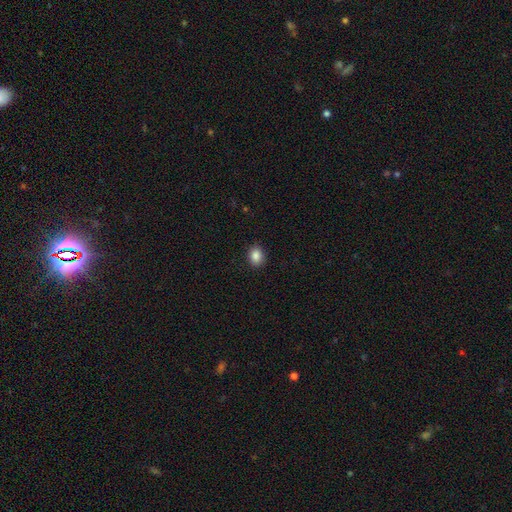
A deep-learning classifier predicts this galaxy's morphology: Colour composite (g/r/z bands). It shows a smooth galaxy with no disk features (87%) that is in between round and cigar-shaped (51%). Merging: none (88%).